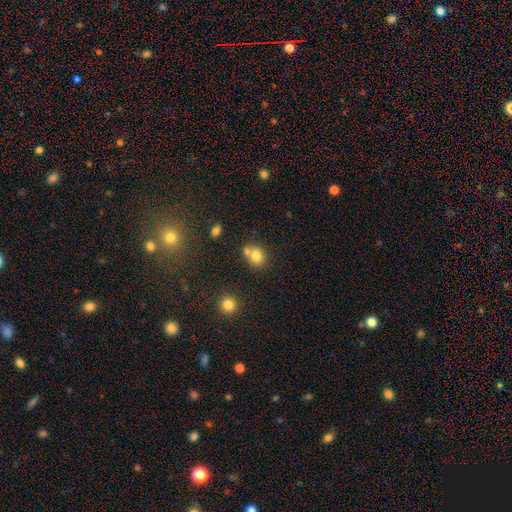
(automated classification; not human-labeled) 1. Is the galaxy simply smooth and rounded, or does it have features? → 77% smooth, 12% star or artifact, 11% featured or disk.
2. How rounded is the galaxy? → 68% round, 31% in between, 1% cigar-shaped.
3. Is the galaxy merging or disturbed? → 47% none, 39% merger, 11% minor disturbance, 4% major disturbance.